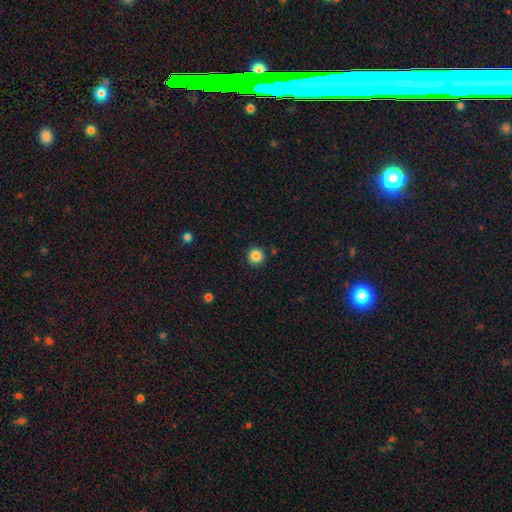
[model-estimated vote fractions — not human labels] smooth 86%, star or artifact 10%, featured or disk 4%. Down the decision tree: how rounded — round (96%); merging — none (91%).